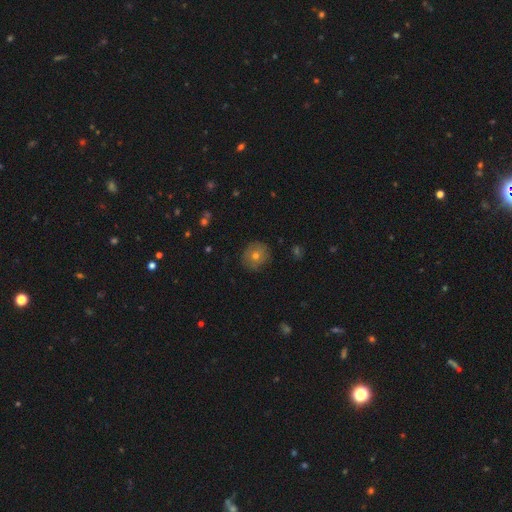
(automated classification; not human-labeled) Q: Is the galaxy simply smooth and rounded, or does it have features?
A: smooth — 62%.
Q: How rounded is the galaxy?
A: round — 87%.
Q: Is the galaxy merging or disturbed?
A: none — 85%.